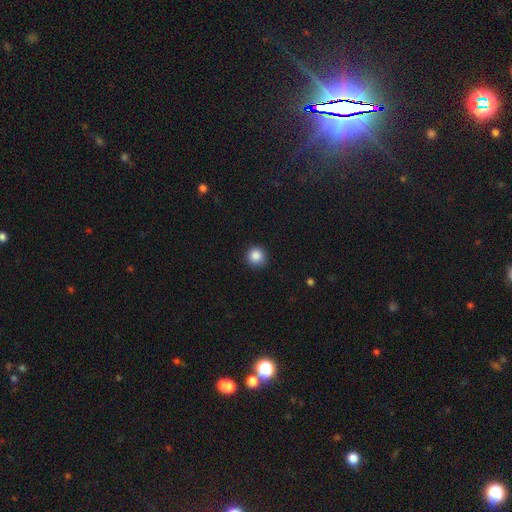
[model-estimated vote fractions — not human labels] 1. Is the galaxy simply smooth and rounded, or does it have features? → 87% smooth, 10% star or artifact, 3% featured or disk.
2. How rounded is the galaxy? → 93% round, 6% in between, 1% cigar-shaped.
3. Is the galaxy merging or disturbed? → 88% none, 9% minor disturbance, 2% major disturbance, 1% merger.